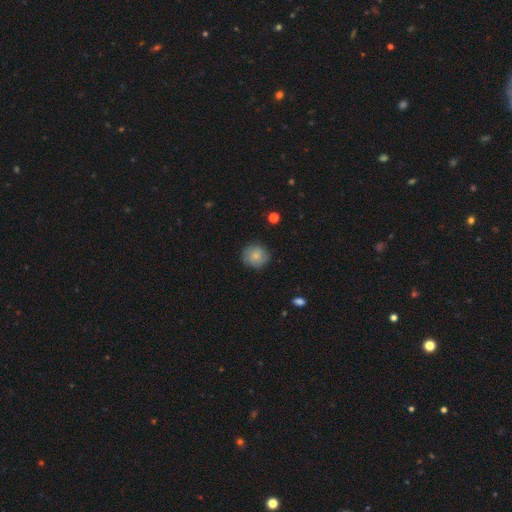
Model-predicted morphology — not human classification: type=smooth (80%); roundness=round (91%); merging=none (85%).